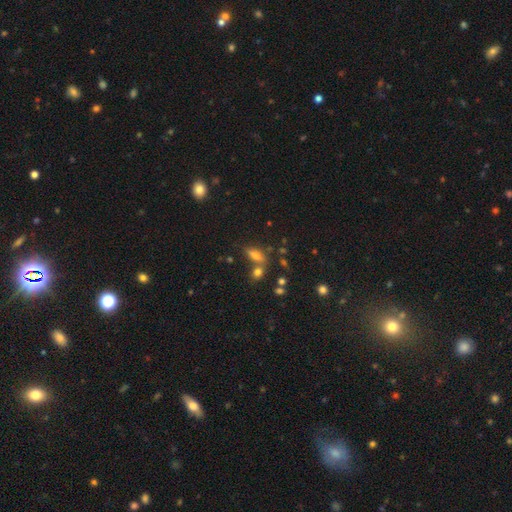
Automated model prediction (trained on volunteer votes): smooth_or_featured: smooth (p=0.66) [alt: star or artifact p=0.18]
how_rounded: in between (p=0.72) [alt: cigar-shaped p=0.20]
merging: none (p=0.54) [alt: merger p=0.27]